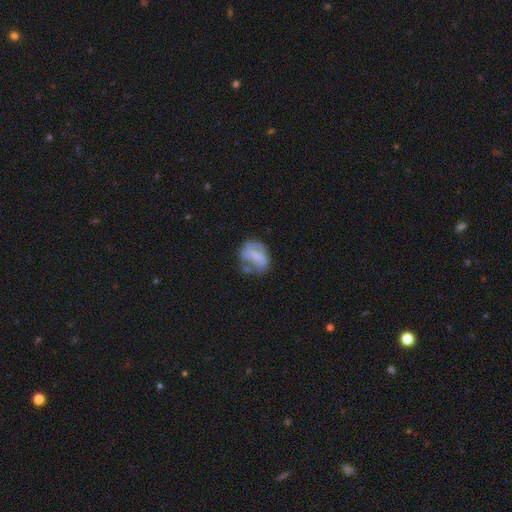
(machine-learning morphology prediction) featured or disk 47%, smooth 44%, star or artifact 9%. Down the decision tree: merging — none (43%).